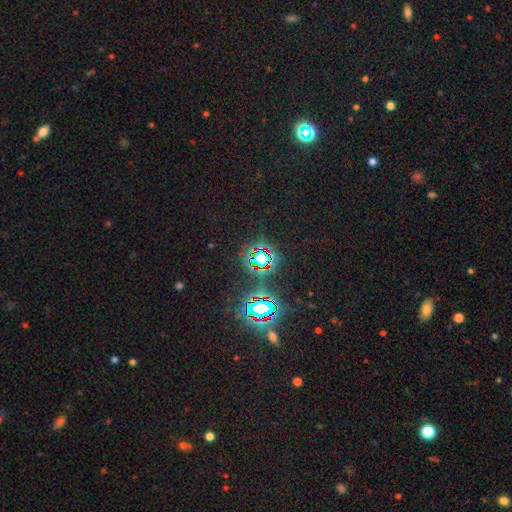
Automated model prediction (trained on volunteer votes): smooth-or-featured: star or artifact: 79% | smooth: 12% | featured or disk: 8%